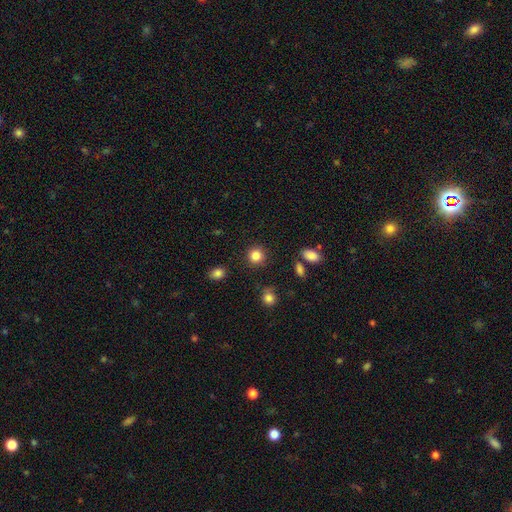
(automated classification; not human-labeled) Smooth or featured: smooth — 85% (star or artifact — 10%)
How rounded: round — 91% (in between — 8%)
Merging: none — 90% (minor disturbance — 6%)